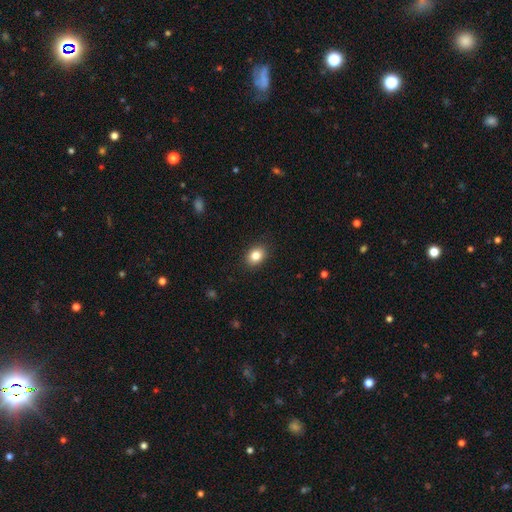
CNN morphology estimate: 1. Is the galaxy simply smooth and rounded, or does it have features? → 84% smooth, 9% star or artifact, 7% featured or disk.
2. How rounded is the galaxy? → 61% in between, 38% round, 1% cigar-shaped.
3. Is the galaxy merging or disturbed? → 89% none, 8% minor disturbance, 2% major disturbance, 1% merger.